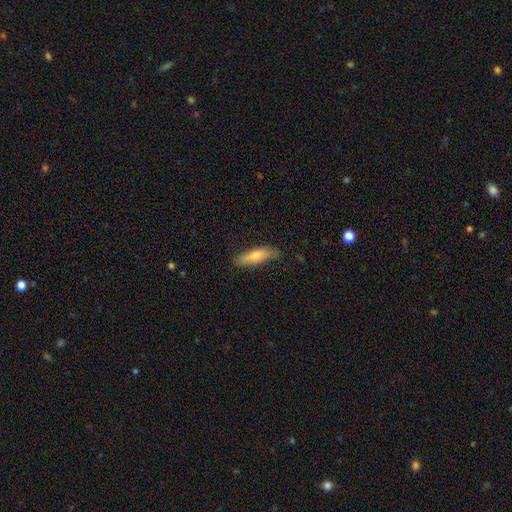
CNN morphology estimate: Overall: smooth (64%; featured or disk 30%). How rounded: cigar-shaped (61%; in between 37%). Merging: none (81%).